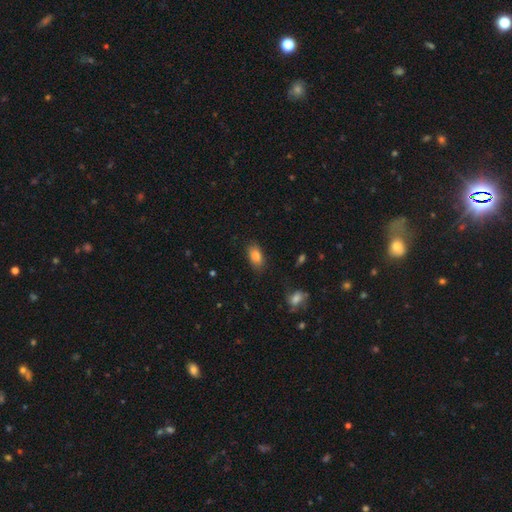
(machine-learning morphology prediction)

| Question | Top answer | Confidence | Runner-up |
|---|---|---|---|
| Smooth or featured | smooth | 83% | featured or disk (9%) |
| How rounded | in between | 90% | round (7%) |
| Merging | none | 81% | minor disturbance (14%) |